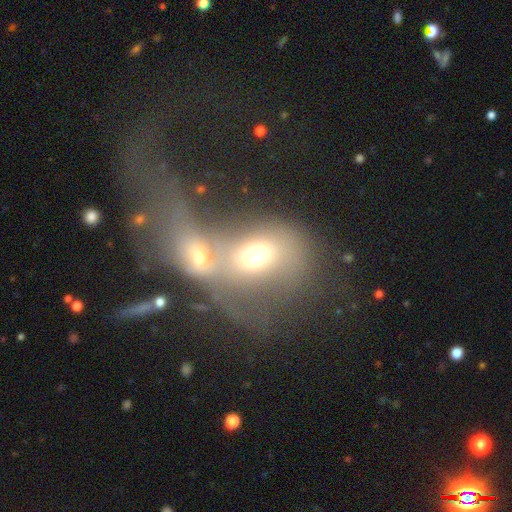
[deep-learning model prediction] Q: Smooth or featured?
A: smooth (52%); runner-up: featured or disk (35%)
Q: How rounded?
A: in between (61%); runner-up: round (37%)
Q: Merging?
A: merger (75%); runner-up: major disturbance (11%)